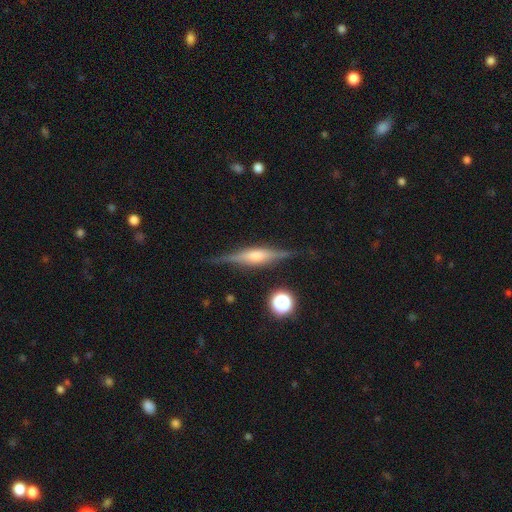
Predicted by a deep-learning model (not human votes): smooth-or-featured: featured or disk: 78% | smooth: 15% | star or artifact: 7%
  disk-edge-on: yes: 97% | no: 3%
    edge-on-bulge: rounded: 71% | boxy: 24% | none: 6%
  merging: none: 85% | minor disturbance: 11% | major disturbance: 3% | merger: 2%